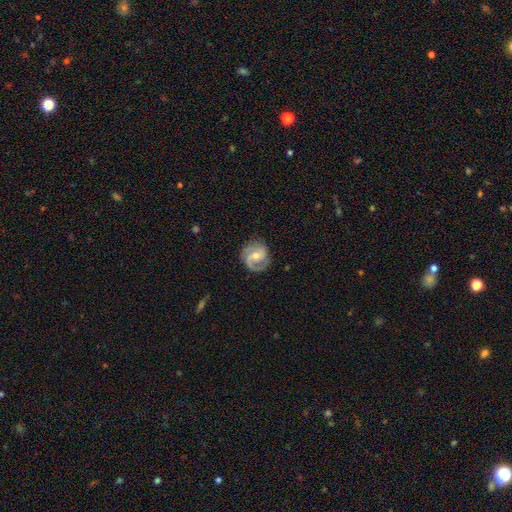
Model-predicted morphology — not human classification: A featured or disk galaxy (84%) with a weak bar (45%), 2 (78%) medium (46%) spiral arms (96%) and a moderate central bulge (51%). Merging: none (78%).